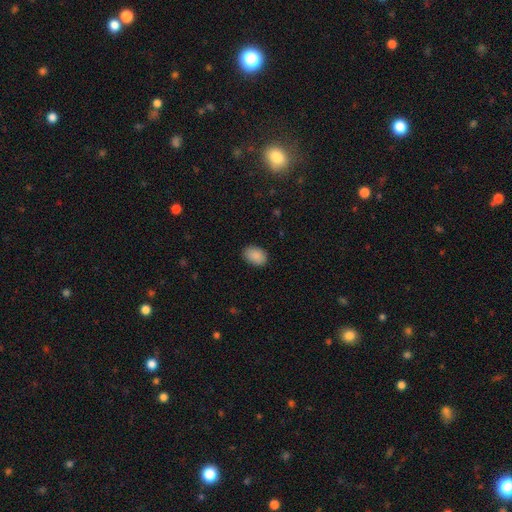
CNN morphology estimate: type=smooth (89%); roundness=in between (83%); merging=none (87%).